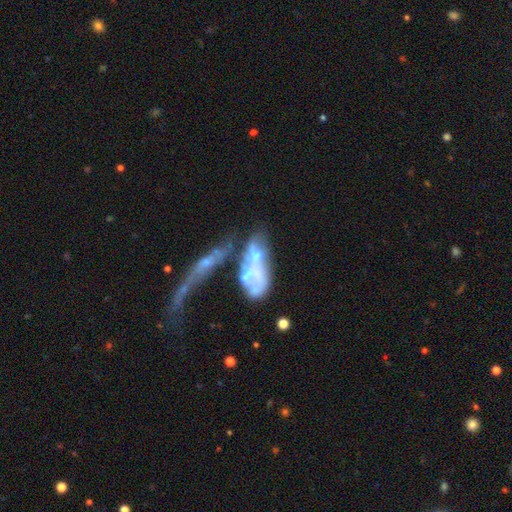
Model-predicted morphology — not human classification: The model was most divided on "merging": merger: 48%, major disturbance: 26%, none: 15%, minor disturbance: 11%. More confident: edge-on disk — no (91%); spiral arms — no (87%); bar — no (86%); smooth or featured — featured or disk (59%); bulge size — none (54%).